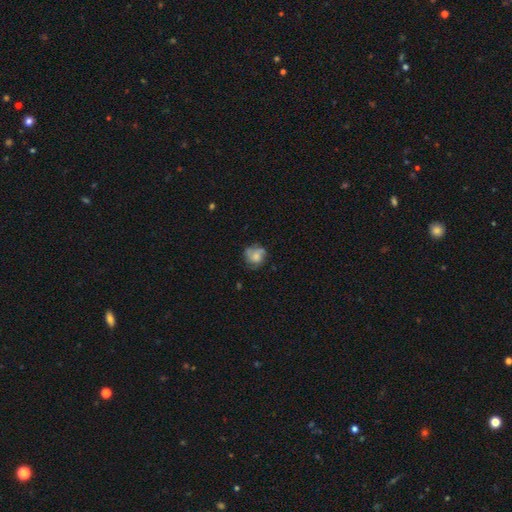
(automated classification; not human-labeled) Overall: smooth (50%; featured or disk 40%). How rounded: round (72%). Merging: none (57%; minor disturbance 24%).